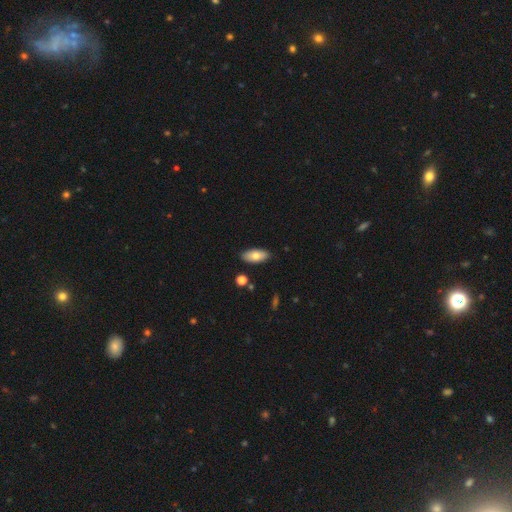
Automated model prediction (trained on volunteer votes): Morphology: type=smooth (74%); roundness=in between (89%); merging=none (87%).